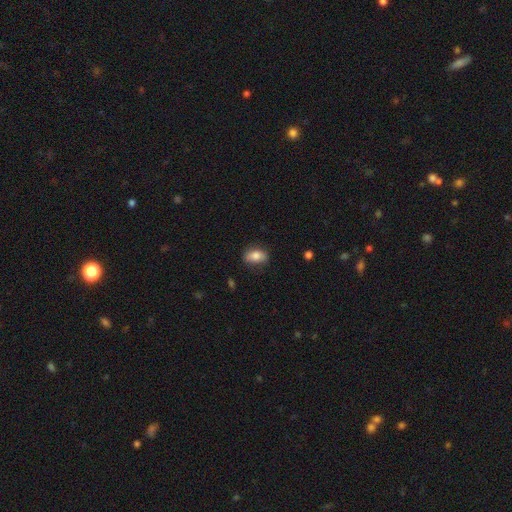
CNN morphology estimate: A smooth galaxy with no disk features (78%) that is in between round and cigar-shaped (83%).

Vote fractions:
- Smooth or featured? smooth: 78% / featured or disk: 14% / star or artifact: 8%
- How rounded? in between: 83% / round: 15% / cigar-shaped: 2%
- Merging? none: 75% / minor disturbance: 19% / major disturbance: 4% / merger: 2%